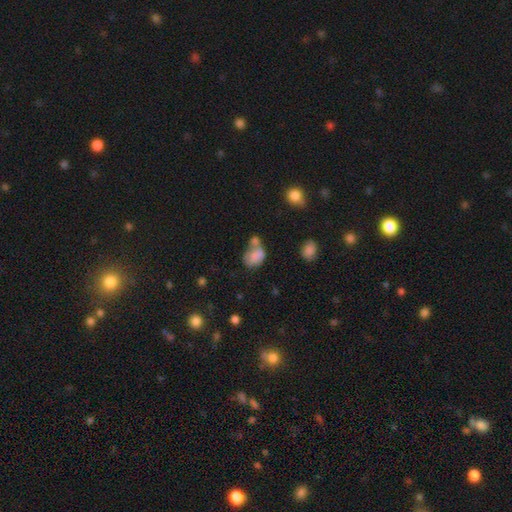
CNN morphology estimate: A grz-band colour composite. It shows a smooth galaxy with no disk features (77%) that is in between round and cigar-shaped (71%). Merging: merger (42%).